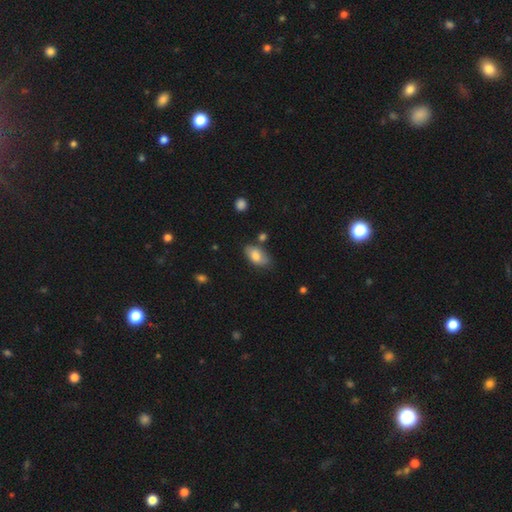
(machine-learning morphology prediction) Smooth or featured?
  - smooth: 78% *
  - featured or disk: 15%
  - star or artifact: 7%
How rounded?
  - in between: 93% *
  - round: 5%
  - cigar-shaped: 3%
Merging?
  - none: 70% *
  - minor disturbance: 20%
  - merger: 6%
  - major disturbance: 4%